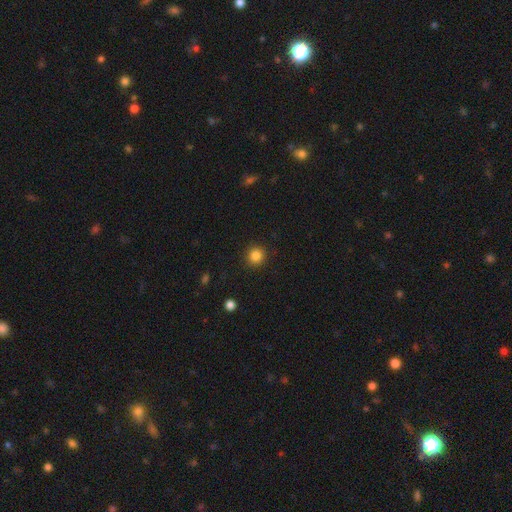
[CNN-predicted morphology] Smooth or featured: smooth — 84% (star or artifact — 11%)
How rounded: round — 93% (in between — 6%)
Merging: none — 92% (minor disturbance — 5%)